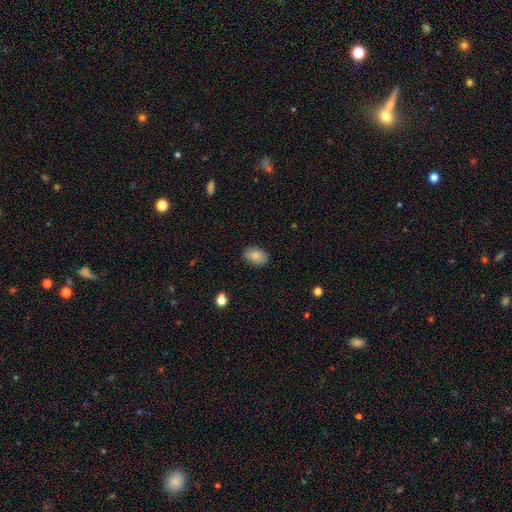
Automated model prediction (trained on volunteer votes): smooth-or-featured: smooth: 83% | featured or disk: 9% | star or artifact: 8%
  how-rounded: in between: 86% | round: 13% | cigar-shaped: 1%
  merging: none: 83% | minor disturbance: 13% | major disturbance: 3% | merger: 1%